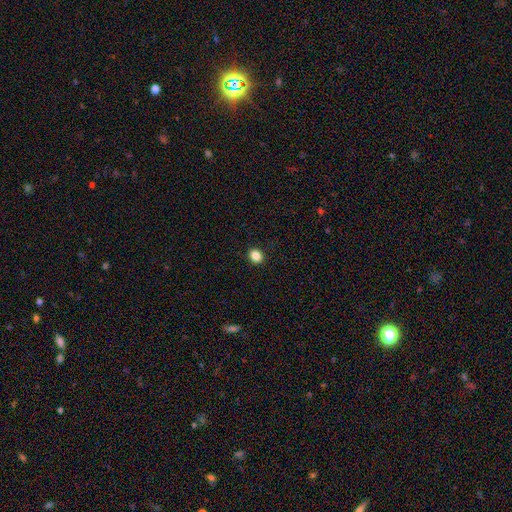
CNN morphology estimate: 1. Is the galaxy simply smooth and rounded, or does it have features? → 86% smooth, 10% star or artifact, 4% featured or disk.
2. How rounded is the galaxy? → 51% round, 48% in between, 1% cigar-shaped.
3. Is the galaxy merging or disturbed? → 91% none, 6% minor disturbance, 2% major disturbance, 1% merger.